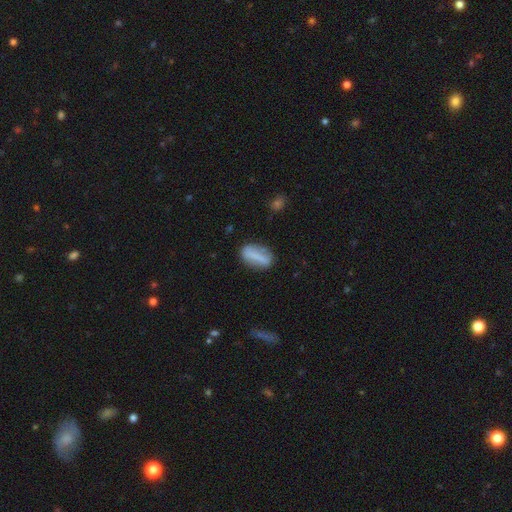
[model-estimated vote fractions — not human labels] Smooth or featured?
  - smooth: 66% *
  - featured or disk: 26%
  - star or artifact: 8%
How rounded?
  - in between: 70% *
  - cigar-shaped: 24%
  - round: 6%
Merging?
  - none: 72% *
  - minor disturbance: 18%
  - major disturbance: 6%
  - merger: 3%